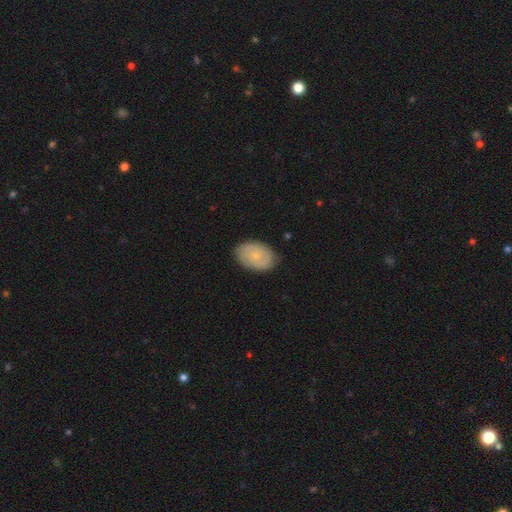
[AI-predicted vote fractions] Smooth or featured: featured or disk — 51% (smooth — 43%)
Edge-on disk: no — 96% (yes — 4%)
Merging: none — 84% (minor disturbance — 12%)